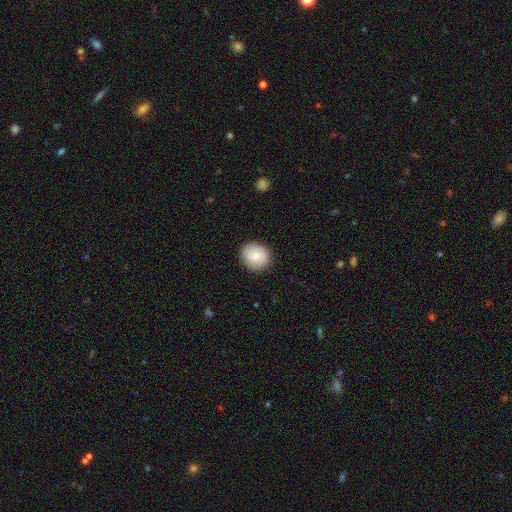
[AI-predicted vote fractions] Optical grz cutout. It shows a smooth galaxy with no disk features (79%) that is round (79%). Merging: none (88%).